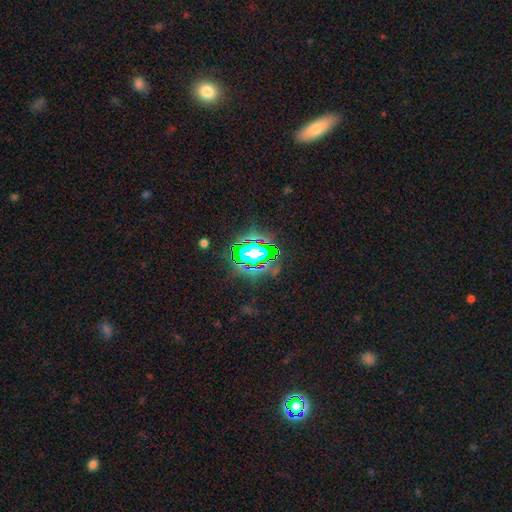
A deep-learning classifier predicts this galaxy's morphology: star or artifact 64%, smooth 19%, featured or disk 17%.